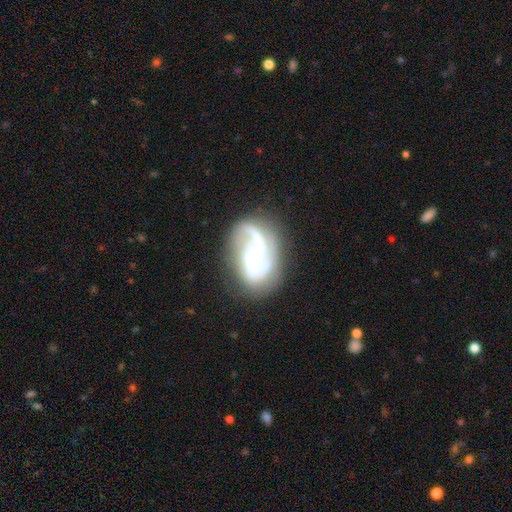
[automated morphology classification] featured or disk 88%, smooth 7%, star or artifact 5%. Down the decision tree: edge-on disk — no (97%); bar — no (55%); spiral arms — yes (97%); spiral arm count — 2 (60%); spiral winding — medium (51%); bulge size — small (61%); merging — none (70%).